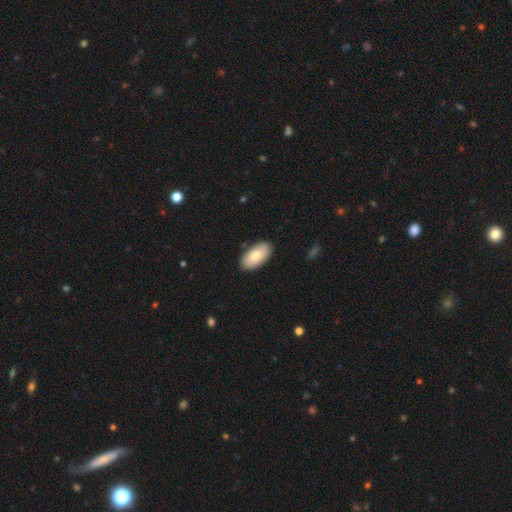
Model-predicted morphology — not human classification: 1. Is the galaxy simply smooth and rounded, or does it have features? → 81% smooth, 14% featured or disk, 6% star or artifact.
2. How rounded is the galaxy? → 95% in between, 3% cigar-shaped, 2% round.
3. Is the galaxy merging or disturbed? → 88% none, 9% minor disturbance, 2% major disturbance, 1% merger.